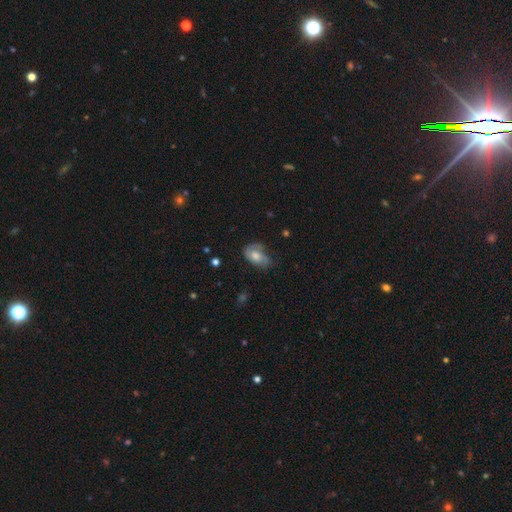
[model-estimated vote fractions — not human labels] A smooth galaxy with no disk features (47%). Merging: none (46%).